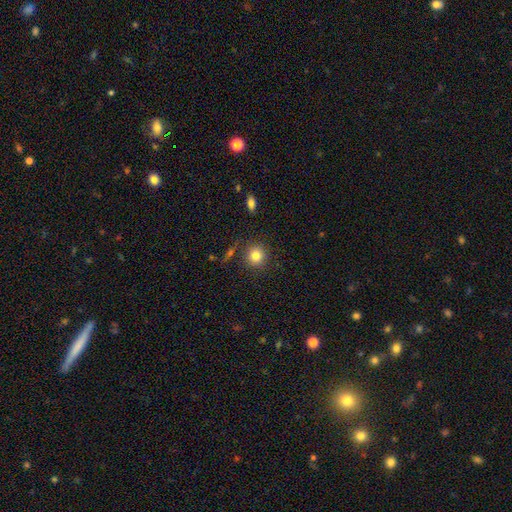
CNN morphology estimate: Smooth or featured? Predicted: smooth (p=0.82). How rounded? Predicted: round (p=0.92). Merging? Predicted: none (p=0.86).